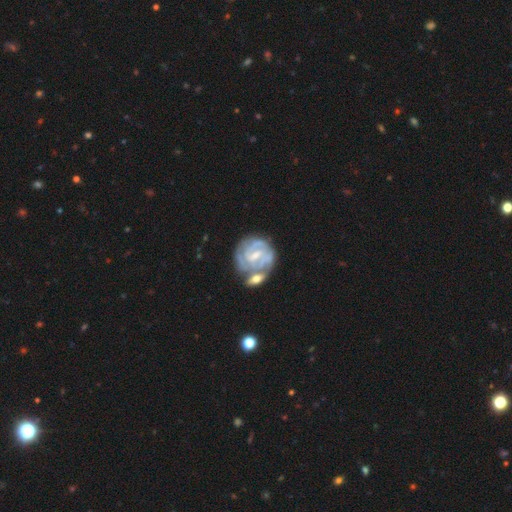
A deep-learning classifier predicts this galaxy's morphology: Smooth or featured: featured or disk — 82% (smooth — 12%)
Edge-on disk: no — 98% (yes — 2%)
Bar: weak — 52% (no — 25%)
Spiral arms: yes — 92% (no — 8%)
Spiral winding: tight — 69% (medium — 25%)
Spiral arm count: can't tell — 31% (tied with 2 — 31%)
Bulge size: small — 47% (moderate — 35%)
Merging: none — 45% (merger — 31%)